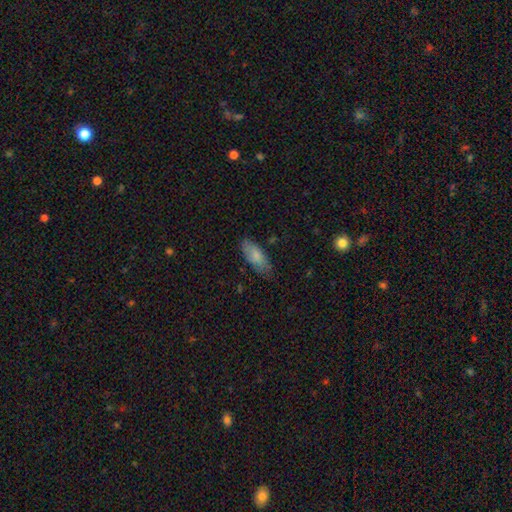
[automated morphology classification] A smooth galaxy with no disk features (79%) that is in between round and cigar-shaped (84%).

Vote fractions:
- Smooth or featured? smooth: 79% / featured or disk: 15% / star or artifact: 6%
- How rounded? in between: 84% / cigar-shaped: 15% / round: 2%
- Merging? none: 70% / minor disturbance: 23% / major disturbance: 5% / merger: 2%